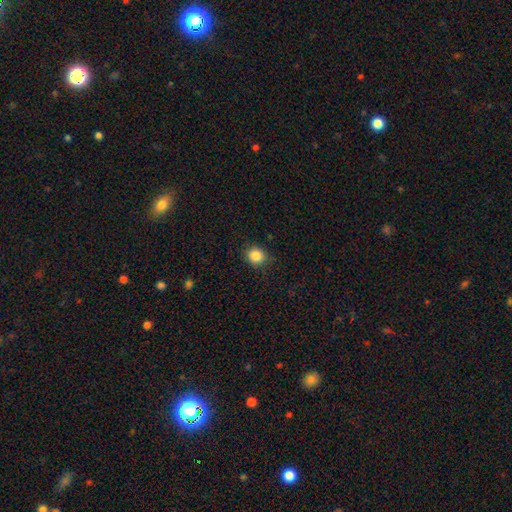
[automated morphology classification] Smooth or featured?
  - smooth: 86% *
  - star or artifact: 10%
  - featured or disk: 4%
How rounded?
  - round: 83% *
  - in between: 16%
  - cigar-shaped: 1%
Merging?
  - none: 87% *
  - minor disturbance: 10%
  - major disturbance: 2%
  - merger: 1%